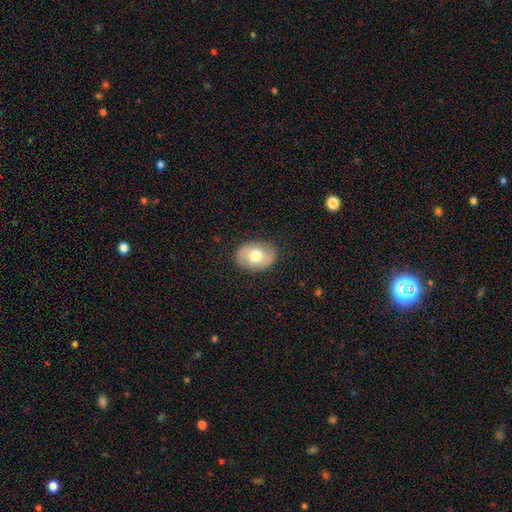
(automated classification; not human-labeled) The model was most divided on "smooth or featured": smooth: 65%, featured or disk: 29%, star or artifact: 7%. More confident: merging — none (86%); how rounded — in between (75%).